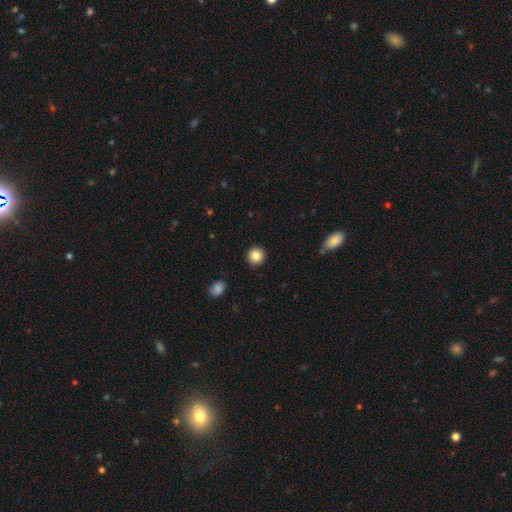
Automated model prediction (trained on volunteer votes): Overall: smooth (86%). How rounded: round (93%). Merging: none (92%).